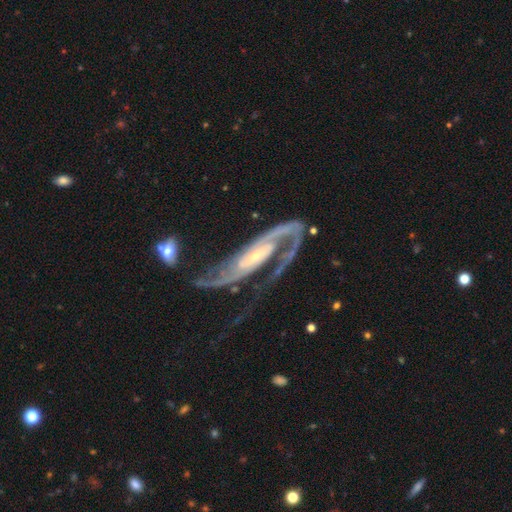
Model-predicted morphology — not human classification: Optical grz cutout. It shows a featured or disk galaxy (91%) with a strong bar (35%), 2 (74%) medium (47%) spiral arms (97%) and a small central bulge (68%). Merging: none (39%).